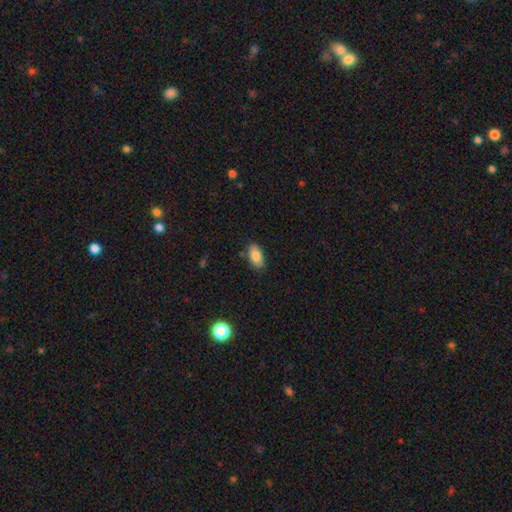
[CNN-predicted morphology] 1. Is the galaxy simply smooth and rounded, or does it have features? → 84% smooth, 9% featured or disk, 7% star or artifact.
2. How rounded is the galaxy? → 92% in between, 5% cigar-shaped, 3% round.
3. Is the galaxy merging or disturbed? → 82% none, 13% minor disturbance, 2% major disturbance, 2% merger.